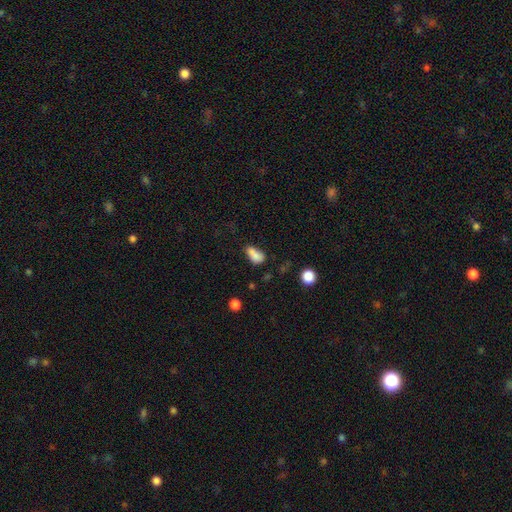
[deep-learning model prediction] Smooth or featured? Predicted: smooth (p=0.78). How rounded? Predicted: in between (p=0.82). Merging? Predicted: none (p=0.37).